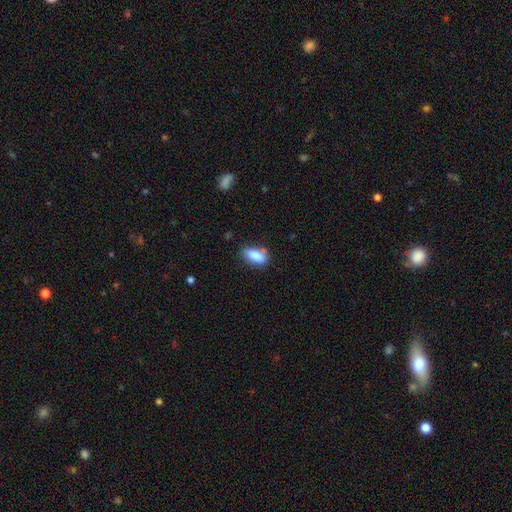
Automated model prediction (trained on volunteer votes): Morphology: type=smooth (86%); roundness=in between (87%); merging=none (66%).